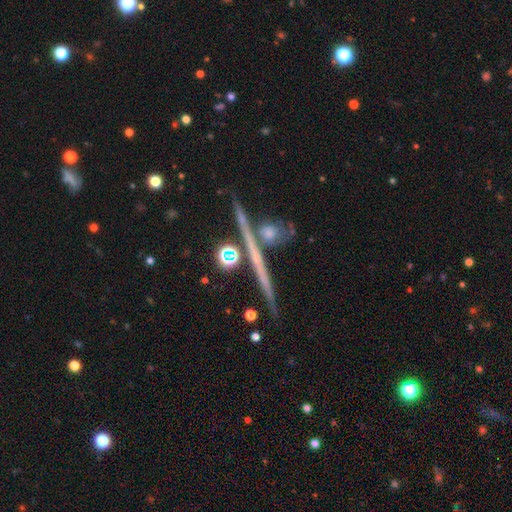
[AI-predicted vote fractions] smooth-or-featured: featured or disk: 45% | smooth: 34% | star or artifact: 21%
  merging: none: 78% | minor disturbance: 10% | merger: 8% | major disturbance: 4%